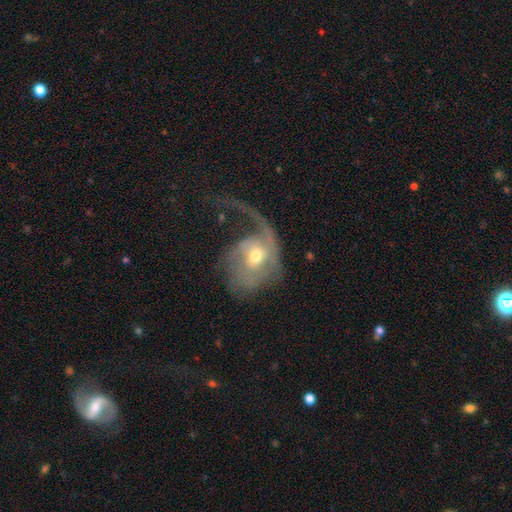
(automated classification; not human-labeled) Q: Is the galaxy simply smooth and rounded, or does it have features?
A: featured or disk — 71%.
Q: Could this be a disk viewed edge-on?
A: no — 96%.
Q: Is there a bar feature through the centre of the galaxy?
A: no — 58%.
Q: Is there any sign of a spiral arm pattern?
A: yes — 79%.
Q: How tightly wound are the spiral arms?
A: loose — 62%.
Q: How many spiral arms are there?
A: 1 — 77%.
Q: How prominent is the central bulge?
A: moderate — 66%.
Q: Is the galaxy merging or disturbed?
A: major disturbance — 64%.